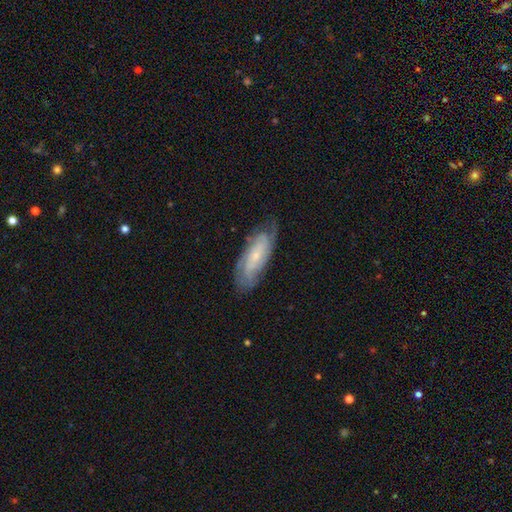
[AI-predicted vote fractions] Smooth or featured? Predicted: featured or disk (p=0.72). Edge-on disk? Predicted: no (p=0.87). Bar? Predicted: no (p=0.60). Spiral arms? Predicted: yes (p=0.92). Spiral winding? Predicted: tight (p=0.59). Spiral arm count? Predicted: can't tell (p=0.41). Bulge size? Predicted: small (p=0.73). Merging? Predicted: none (p=0.72).